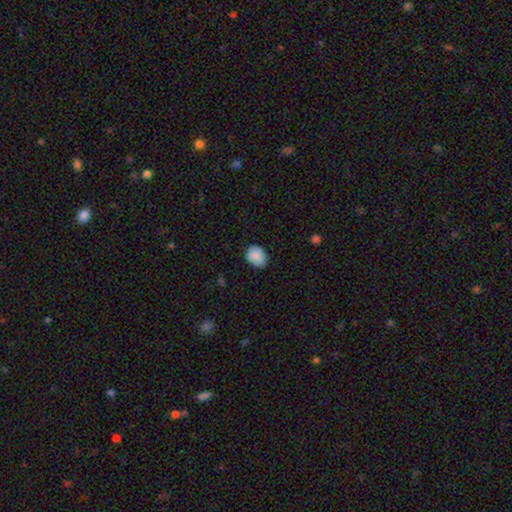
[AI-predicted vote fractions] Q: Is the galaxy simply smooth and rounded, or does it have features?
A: smooth — 88%.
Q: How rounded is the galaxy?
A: round — 50%, tied with in between.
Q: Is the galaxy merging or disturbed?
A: none — 80%.